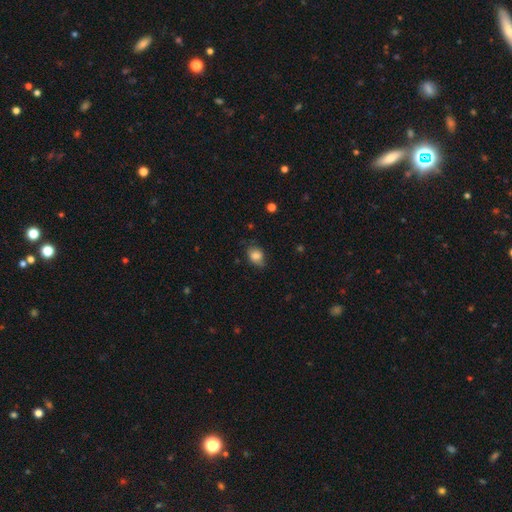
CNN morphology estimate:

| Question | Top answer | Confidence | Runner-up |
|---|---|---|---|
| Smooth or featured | smooth | 79% | featured or disk (12%) |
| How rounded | in between | 62% | round (36%) |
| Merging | none | 62% | minor disturbance (29%) |